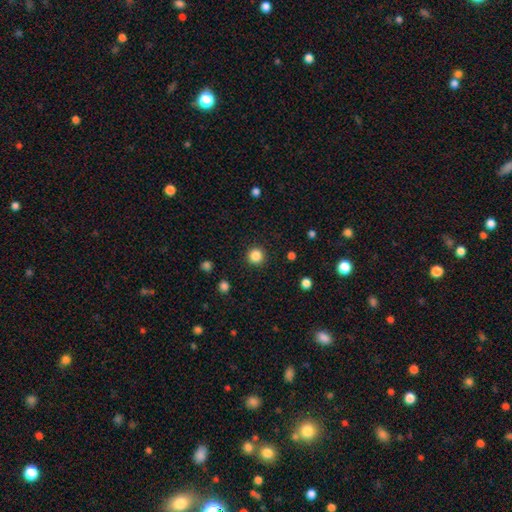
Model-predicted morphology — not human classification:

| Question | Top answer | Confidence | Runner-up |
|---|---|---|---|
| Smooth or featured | smooth | 85% | star or artifact (12%) |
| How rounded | round | 96% | in between (4%) |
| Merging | none | 92% | minor disturbance (5%) |